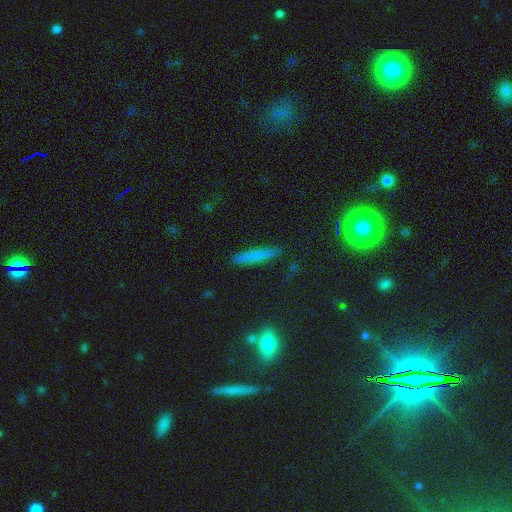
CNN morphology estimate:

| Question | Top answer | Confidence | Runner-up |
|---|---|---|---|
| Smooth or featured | smooth | 70% | featured or disk (20%) |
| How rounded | cigar-shaped | 91% | in between (7%) |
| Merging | none | 88% | minor disturbance (9%) |